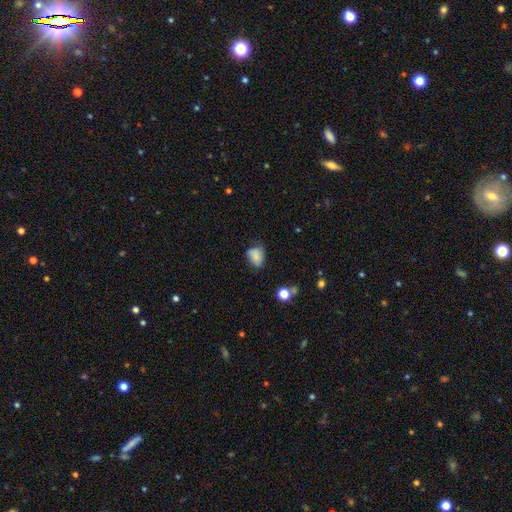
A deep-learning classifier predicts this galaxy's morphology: Smooth or featured? smooth (79%)
How rounded? in between (65%)
Merging? none (53%)